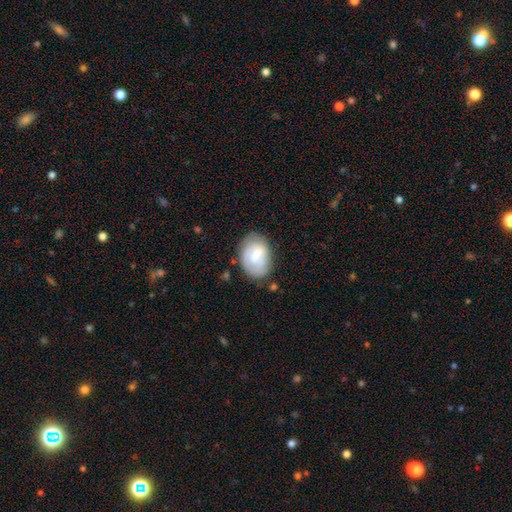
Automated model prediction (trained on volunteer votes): Q: Smooth or featured?
A: smooth (59%); runner-up: featured or disk (34%)
Q: How rounded?
A: in between (79%); runner-up: round (20%)
Q: Merging?
A: none (62%); runner-up: minor disturbance (25%)